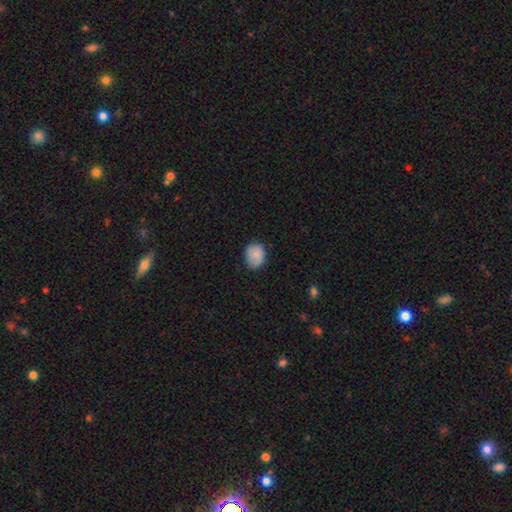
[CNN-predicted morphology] A smooth galaxy with no disk features (85%) that is round (57%). Merging: none (75%).